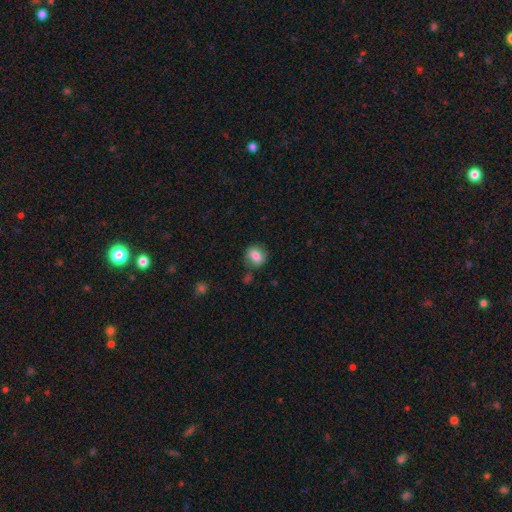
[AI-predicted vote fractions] Smooth or featured? Predicted: smooth (p=0.80). How rounded? Predicted: round (p=0.62). Merging? Predicted: none (p=0.73).